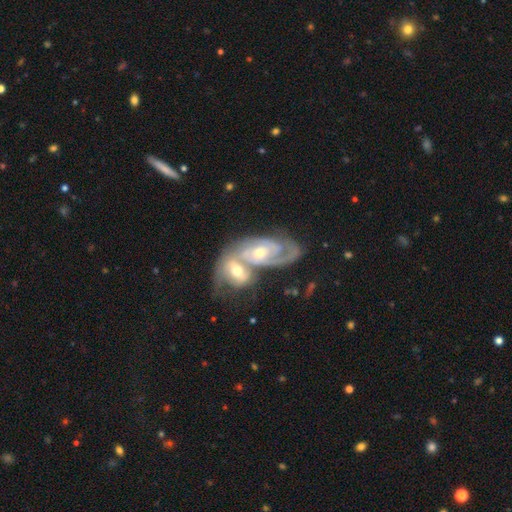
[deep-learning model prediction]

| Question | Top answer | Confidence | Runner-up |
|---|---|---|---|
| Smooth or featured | featured or disk | 83% | smooth (11%) |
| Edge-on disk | no | 95% | yes (5%) |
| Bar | no | 58% | weak (30%) |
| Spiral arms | yes | 92% | no (8%) |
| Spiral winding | tight | 63% | medium (29%) |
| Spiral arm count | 2 | 54% | can't tell (25%) |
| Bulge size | moderate | 56% | small (38%) |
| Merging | merger | 72% | none (18%) |